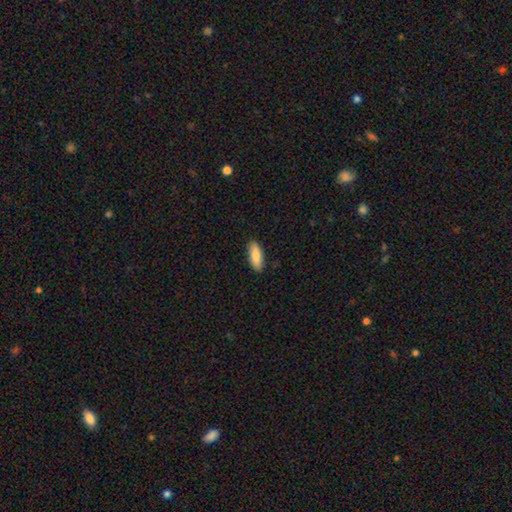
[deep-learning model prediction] Smooth or featured? smooth (85%)
How rounded? in between (75%)
Merging? none (88%)